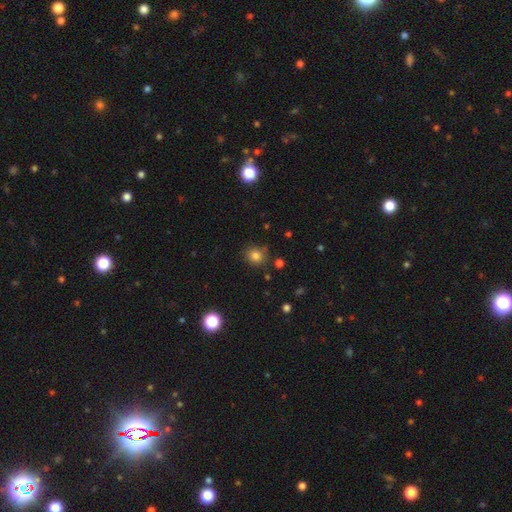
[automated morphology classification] Smooth or featured?
  - smooth: 80% *
  - star or artifact: 14%
  - featured or disk: 6%
How rounded?
  - round: 82% *
  - in between: 17%
  - cigar-shaped: 1%
Merging?
  - none: 81% *
  - minor disturbance: 12%
  - merger: 4%
  - major disturbance: 3%